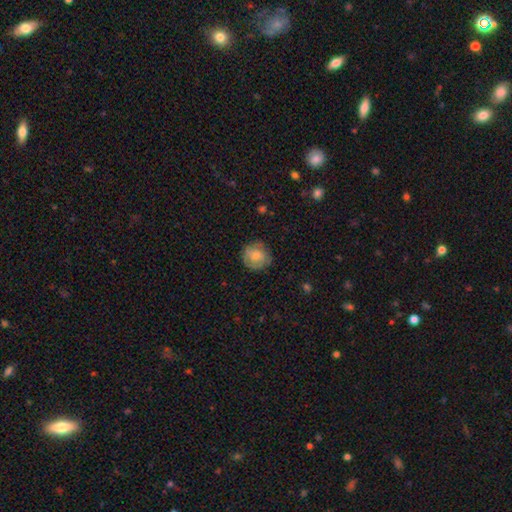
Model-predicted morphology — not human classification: A smooth galaxy with no disk features (72%) that is round (86%). Merging: none (77%).